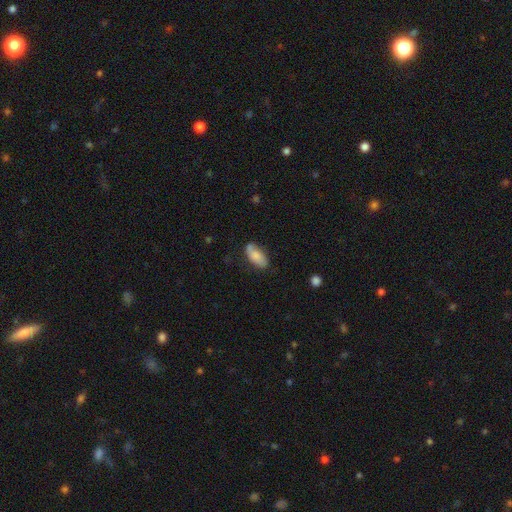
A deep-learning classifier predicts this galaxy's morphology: Smooth or featured?
  - smooth: 77% *
  - featured or disk: 16%
  - star or artifact: 7%
How rounded?
  - in between: 90% *
  - cigar-shaped: 8%
  - round: 2%
Merging?
  - none: 66% *
  - minor disturbance: 24%
  - major disturbance: 6%
  - merger: 4%